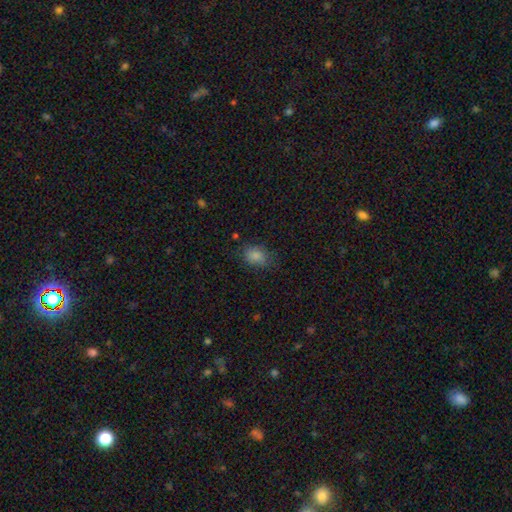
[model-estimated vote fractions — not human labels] Overall: smooth (85%). How rounded: in between (72%). Merging: none (74%).